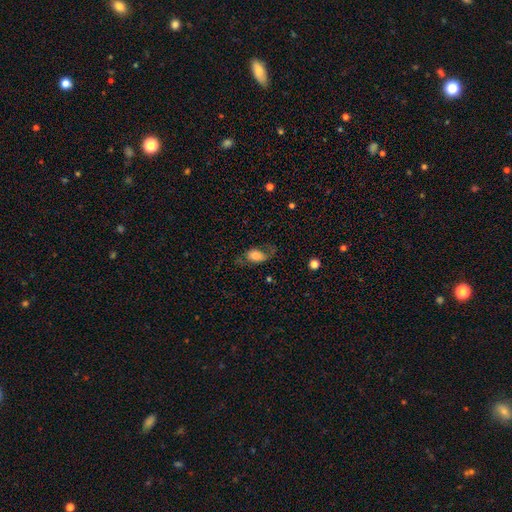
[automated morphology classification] A smooth galaxy with no disk features (58%) that is in between round and cigar-shaped (86%). Merging: none (51%).